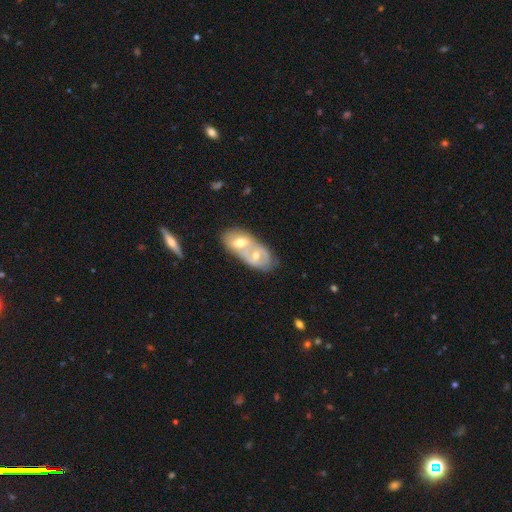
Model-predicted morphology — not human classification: Smooth or featured? featured or disk (54%)
Edge-on disk? no (93%)
Merging? merger (77%)